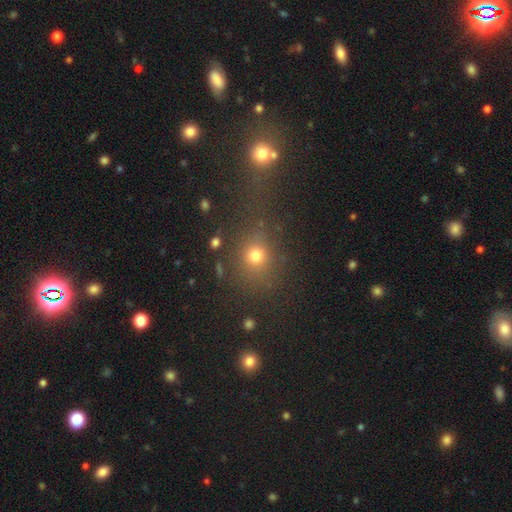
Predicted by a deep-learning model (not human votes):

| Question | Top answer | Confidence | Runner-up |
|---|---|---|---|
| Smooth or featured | smooth | 68% | star or artifact (23%) |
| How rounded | round | 74% | in between (24%) |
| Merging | none | 64% | merger (15%) |